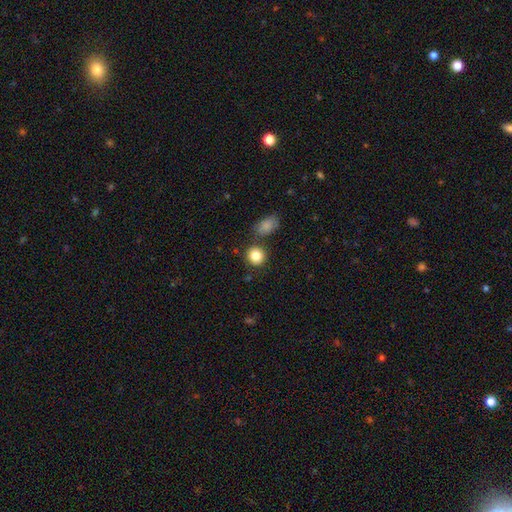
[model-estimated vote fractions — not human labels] A smooth galaxy with no disk features (86%) that is round (84%). Merging: none (78%).